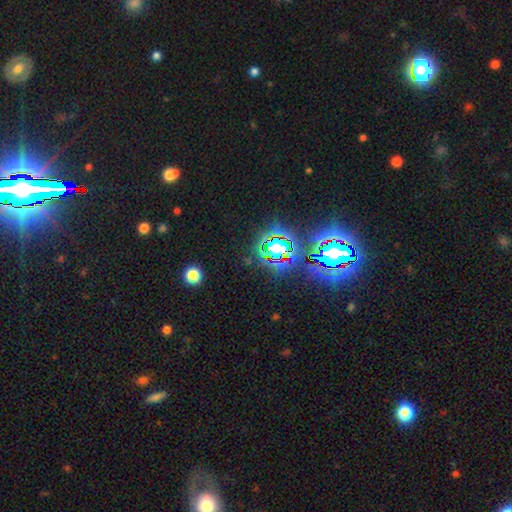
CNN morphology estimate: This is clearly a star or artifact rather than a galaxy (82%).